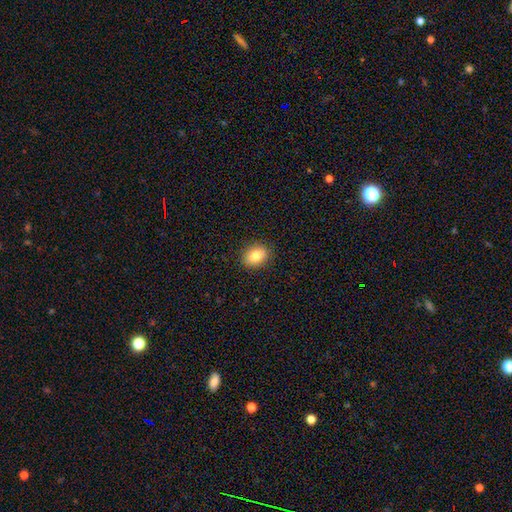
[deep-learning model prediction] smooth_or_featured: smooth (p=0.81) [alt: featured or disk p=0.10]
how_rounded: in between (p=0.55) [alt: round p=0.44]
merging: none (p=0.89) [alt: minor disturbance p=0.08]